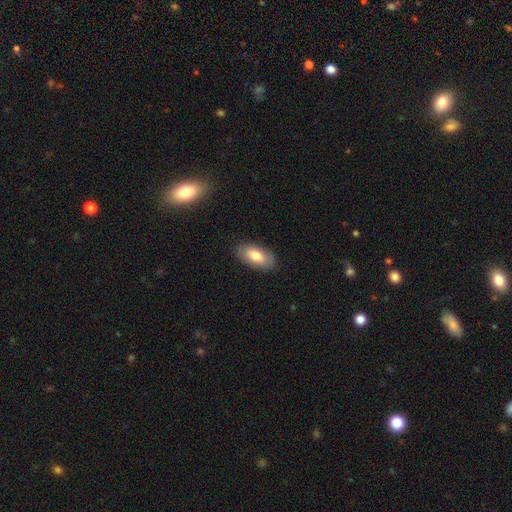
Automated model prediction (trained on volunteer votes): Smooth or featured? Predicted: smooth (p=0.77). How rounded? Predicted: in between (p=0.92). Merging? Predicted: none (p=0.86).